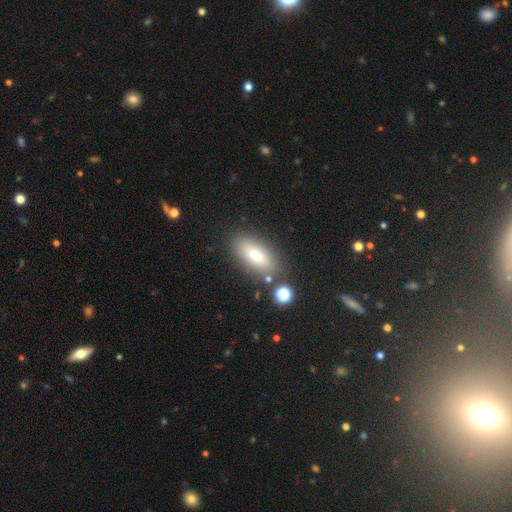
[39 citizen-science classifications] smooth 72%, featured or disk 21%, star or artifact 8%. Down the decision tree: how rounded — in between (82%); merging — none (86%).